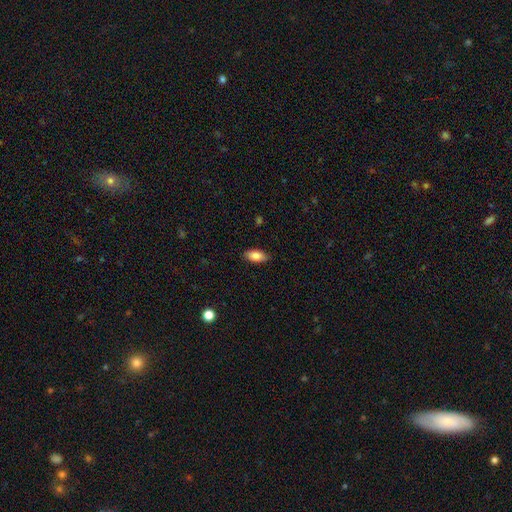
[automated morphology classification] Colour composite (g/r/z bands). It shows a smooth galaxy with no disk features (86%) that is in between round and cigar-shaped (91%). Merging: none (86%).